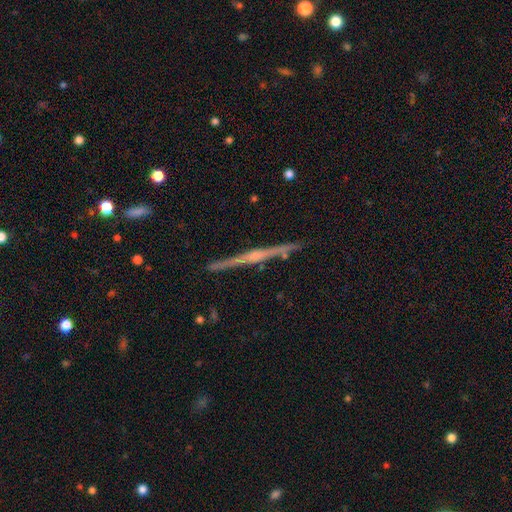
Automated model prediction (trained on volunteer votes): Smooth or featured? Predicted: featured or disk (p=0.81). Edge-on disk? Predicted: yes (p=0.98). Edge-on bulge? Predicted: rounded (p=0.63). Merging? Predicted: none (p=0.90).